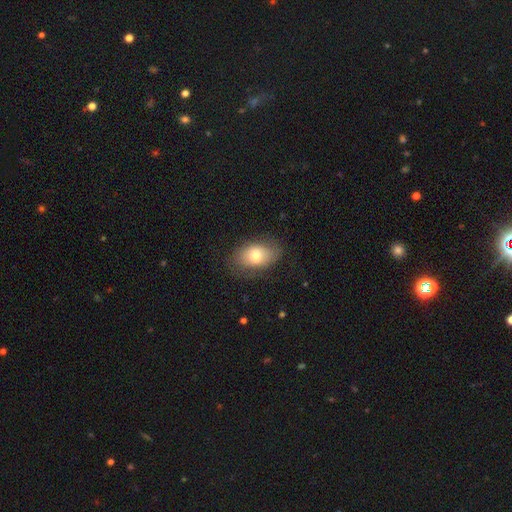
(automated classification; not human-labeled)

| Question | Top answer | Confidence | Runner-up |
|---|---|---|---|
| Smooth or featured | smooth | 73% | featured or disk (19%) |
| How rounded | in between | 85% | round (14%) |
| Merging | none | 76% | minor disturbance (17%) |